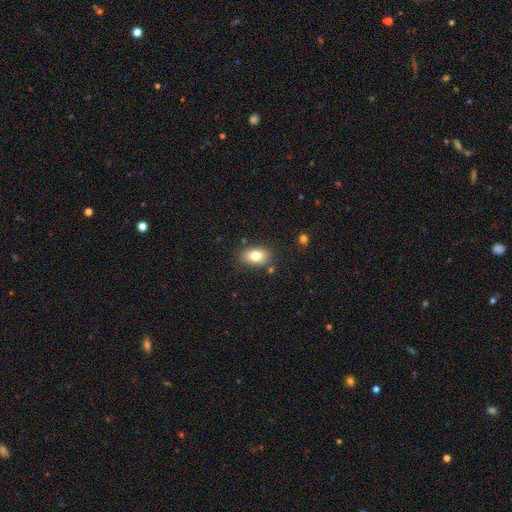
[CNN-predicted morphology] Smooth or featured: smooth — 80% (featured or disk — 12%)
How rounded: in between — 86% (round — 12%)
Merging: none — 80% (minor disturbance — 13%)